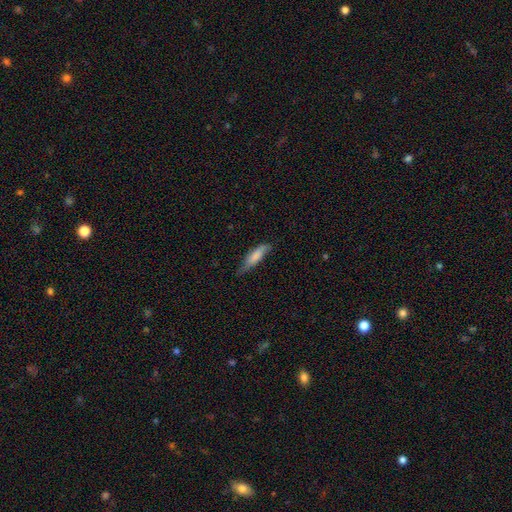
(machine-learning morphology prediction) smooth-or-featured: smooth: 67% | featured or disk: 27% | star or artifact: 6%
  how-rounded: cigar-shaped: 63% | in between: 35% | round: 2%
  merging: none: 51% | minor disturbance: 36% | major disturbance: 10% | merger: 2%